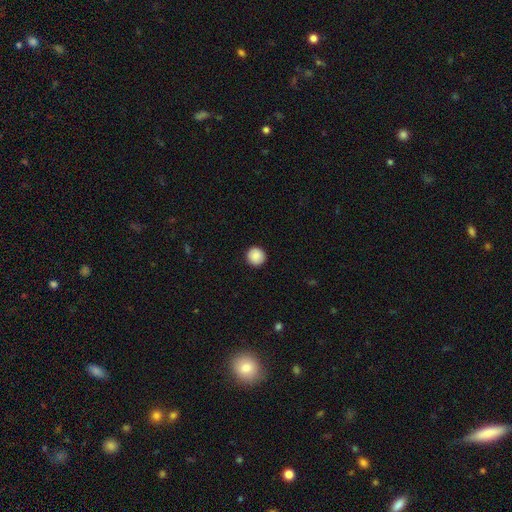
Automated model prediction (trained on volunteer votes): Smooth or featured: smooth — 88% (star or artifact — 8%)
How rounded: round — 95% (in between — 4%)
Merging: none — 91% (minor disturbance — 6%)